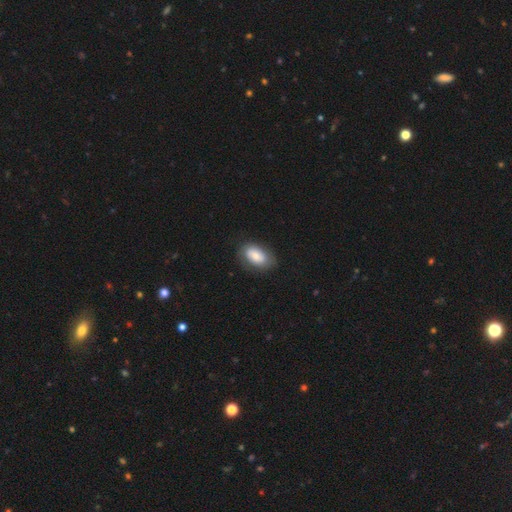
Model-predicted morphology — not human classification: type=smooth (75%); roundness=in between (91%); merging=none (76%).